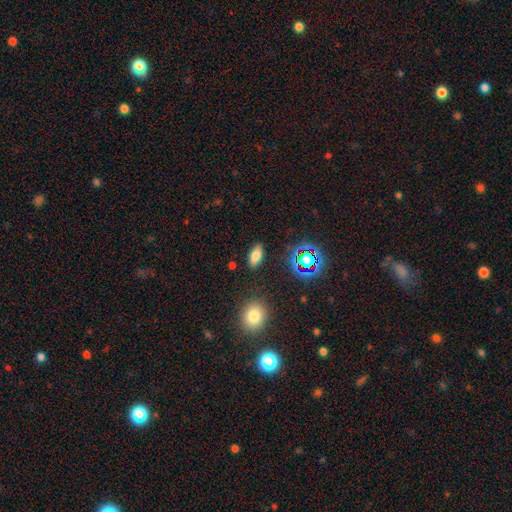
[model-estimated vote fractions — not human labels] This appears to be a smooth galaxy with no disk features (74%) that is in between round and cigar-shaped (82%). Merging: none (86%).